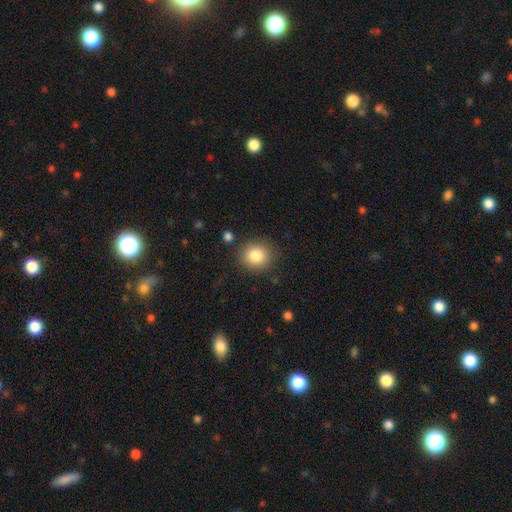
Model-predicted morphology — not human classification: smooth 83%, star or artifact 10%, featured or disk 7%. Down the decision tree: how rounded — round (86%); merging — none (86%).